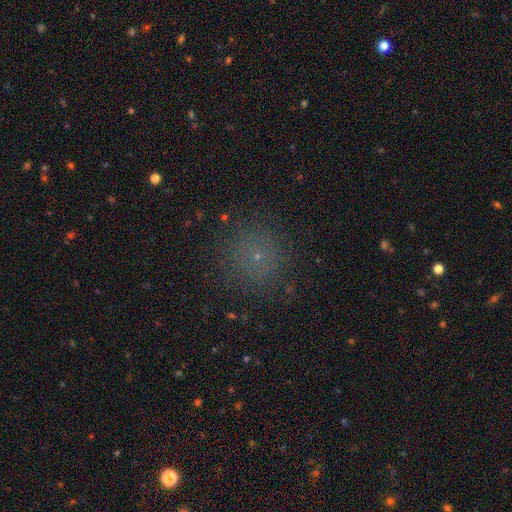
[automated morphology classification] A smooth galaxy with no disk features (65%) that is round (94%).

Vote fractions:
- Smooth or featured? smooth: 65% / star or artifact: 27% / featured or disk: 8%
- How rounded? round: 94% / in between: 5% / cigar-shaped: 1%
- Merging? none: 88% / minor disturbance: 8% / major disturbance: 3% / merger: 1%